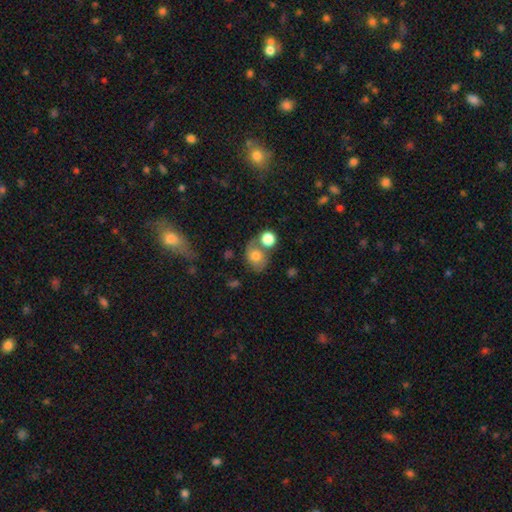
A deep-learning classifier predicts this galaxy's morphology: A smooth galaxy with no disk features (72%) that is round (54%). Merging: none (45%).